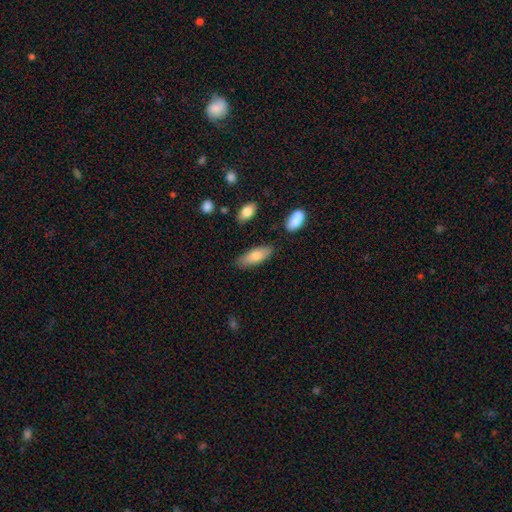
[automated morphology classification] Smooth or featured: smooth — 79% (featured or disk — 15%)
How rounded: in between — 73% (cigar-shaped — 24%)
Merging: none — 81% (minor disturbance — 13%)